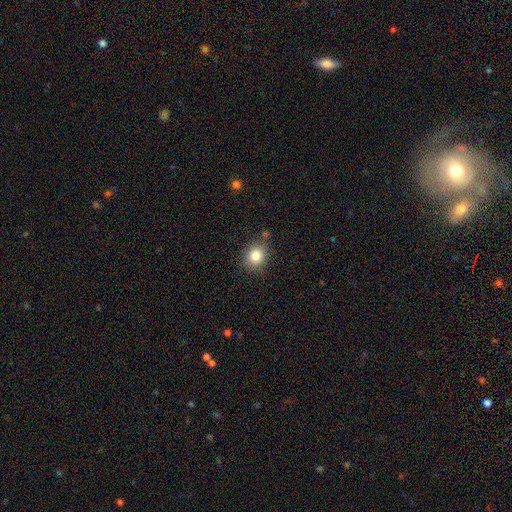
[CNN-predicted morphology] Smooth or featured?
  - smooth: 84% *
  - star or artifact: 10%
  - featured or disk: 6%
How rounded?
  - round: 68% *
  - in between: 31%
  - cigar-shaped: 1%
Merging?
  - none: 81% *
  - minor disturbance: 12%
  - merger: 4%
  - major disturbance: 3%